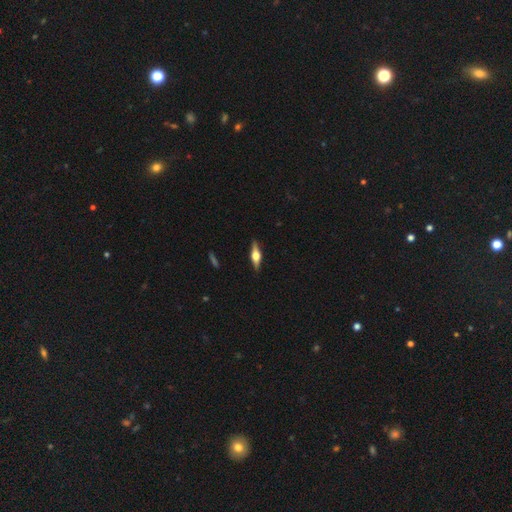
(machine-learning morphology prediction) smooth_or_featured: featured or disk (p=0.67) [alt: smooth p=0.27]
disk_edge_on: yes (p=0.96) [alt: no p=0.04]
edge_on_bulge: rounded (p=0.93) [alt: boxy p=0.05]
merging: none (p=0.89) [alt: minor disturbance p=0.08]